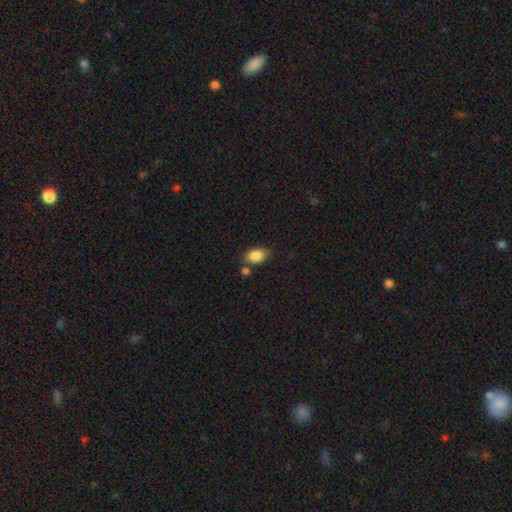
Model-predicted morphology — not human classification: Overall: smooth (86%). How rounded: in between (87%). Merging: none (70%).